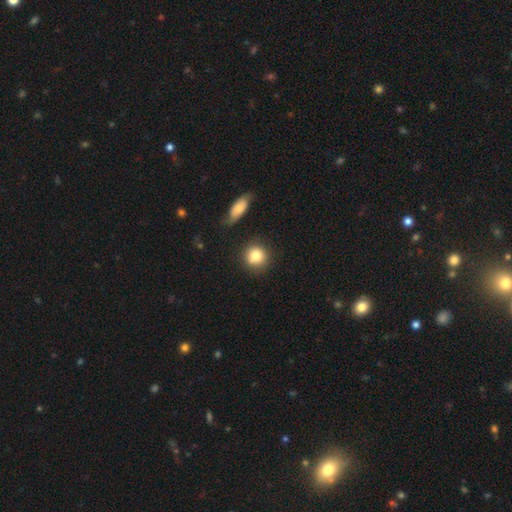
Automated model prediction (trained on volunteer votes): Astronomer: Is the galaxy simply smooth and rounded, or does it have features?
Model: smooth — 82%.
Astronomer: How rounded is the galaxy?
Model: round — 88%.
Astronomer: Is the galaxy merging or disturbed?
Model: none — 79%.